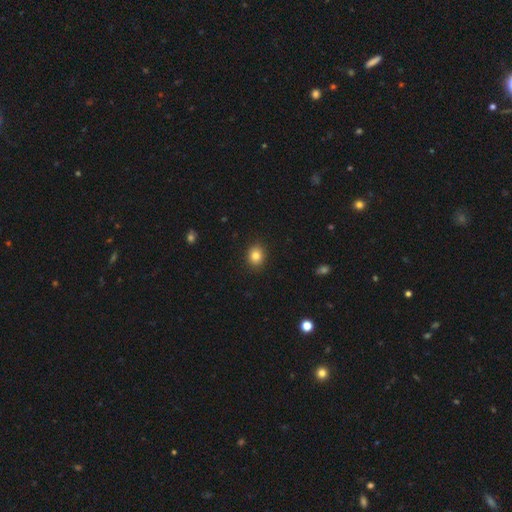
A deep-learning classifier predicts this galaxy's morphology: smooth_or_featured: smooth (p=0.82) [alt: star or artifact p=0.11]
how_rounded: round (p=0.65) [alt: in between p=0.34]
merging: none (p=0.91) [alt: minor disturbance p=0.06]